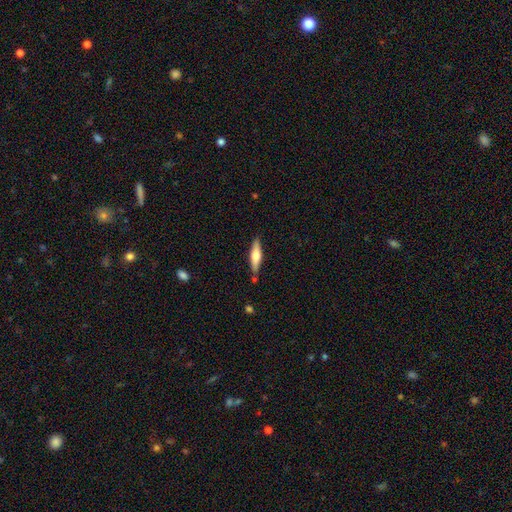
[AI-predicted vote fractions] This appears to be a smooth galaxy with no disk features (49%). Merging: none (82%).